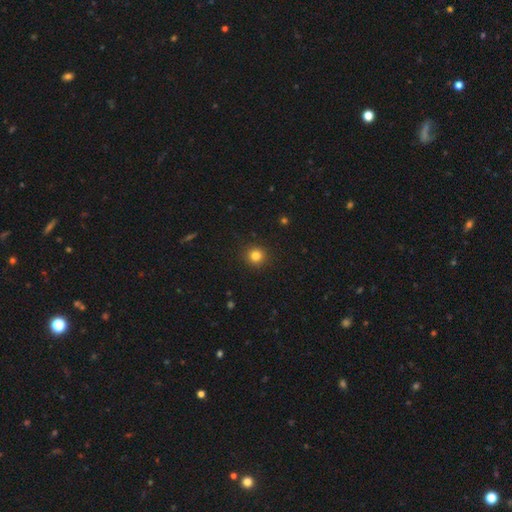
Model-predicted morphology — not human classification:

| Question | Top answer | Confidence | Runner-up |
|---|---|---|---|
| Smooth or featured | smooth | 82% | star or artifact (12%) |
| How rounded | round | 94% | in between (5%) |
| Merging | none | 92% | minor disturbance (5%) |